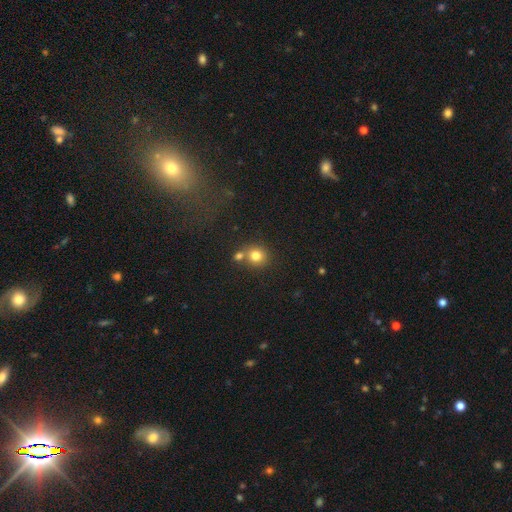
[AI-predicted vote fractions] smooth_or_featured: smooth (p=0.79) [alt: star or artifact p=0.12]
how_rounded: round (p=0.85) [alt: in between p=0.14]
merging: none (p=0.59) [alt: merger p=0.30]